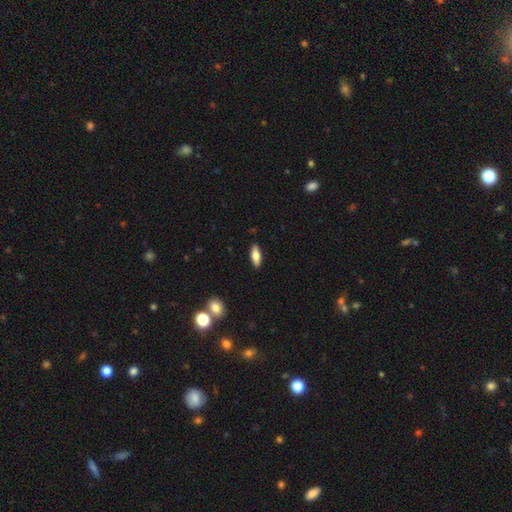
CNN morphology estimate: Smooth or featured? Predicted: smooth (p=0.73). How rounded? Predicted: in between (p=0.70). Merging? Predicted: none (p=0.89).